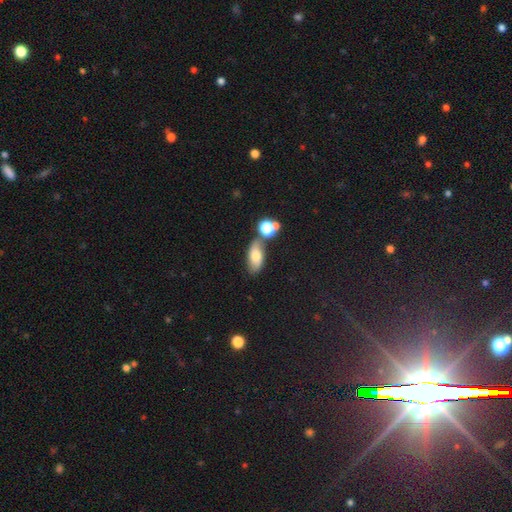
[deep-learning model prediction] Smooth or featured? Predicted: smooth (p=0.63). How rounded? Predicted: in between (p=0.82). Merging? Predicted: none (p=0.61).